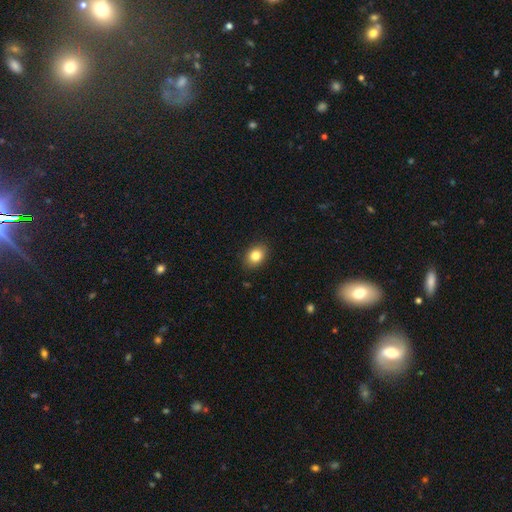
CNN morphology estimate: The model was most divided on "how rounded": in between: 65%, round: 34%, cigar-shaped: 1%. More confident: merging — none (88%); smooth or featured — smooth (83%).